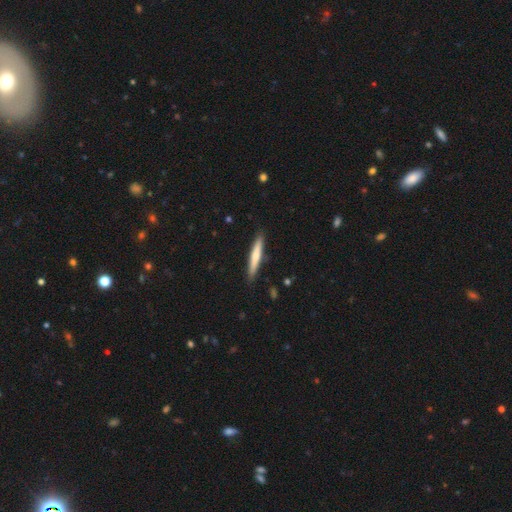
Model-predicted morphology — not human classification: Smooth or featured: smooth — 58% (featured or disk — 37%)
How rounded: cigar-shaped — 93% (in between — 6%)
Merging: none — 89% (minor disturbance — 8%)